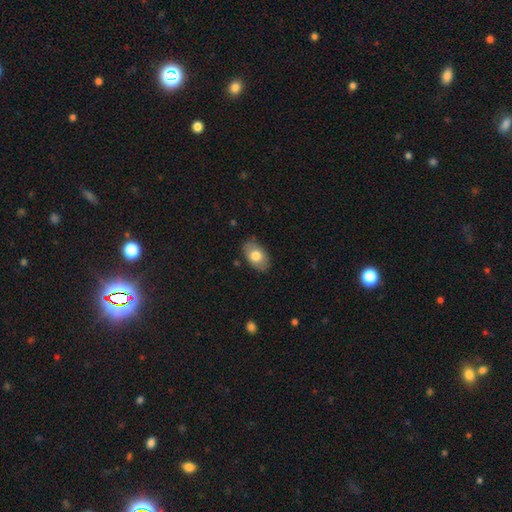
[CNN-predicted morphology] A smooth galaxy with no disk features (74%) that is in between round and cigar-shaped (91%).

Vote fractions:
- Smooth or featured? smooth: 74% / featured or disk: 20% / star or artifact: 6%
- How rounded? in between: 91% / round: 8% / cigar-shaped: 1%
- Merging? none: 83% / minor disturbance: 13% / major disturbance: 3% / merger: 1%